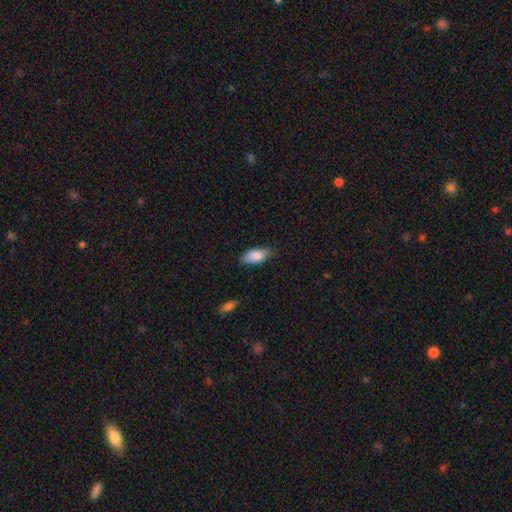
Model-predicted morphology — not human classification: Smooth or featured?
  - smooth: 86% *
  - featured or disk: 8%
  - star or artifact: 7%
How rounded?
  - in between: 87% *
  - cigar-shaped: 10%
  - round: 3%
Merging?
  - none: 71% *
  - minor disturbance: 23%
  - major disturbance: 4%
  - merger: 1%